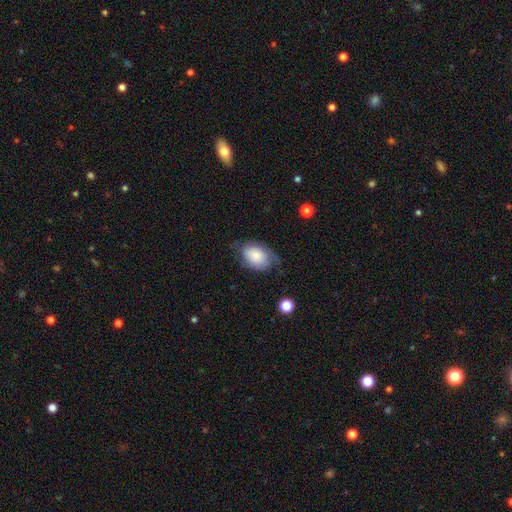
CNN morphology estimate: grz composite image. It shows a smooth galaxy with no disk features (70%) that is in between round and cigar-shaped (83%). Merging: none (55%).